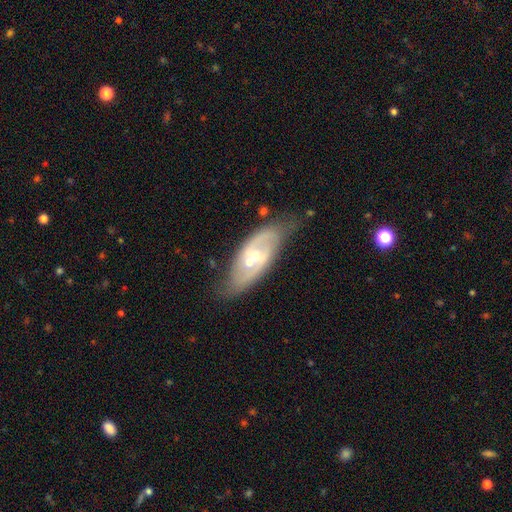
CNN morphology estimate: smooth_or_featured: featured or disk (p=0.75) [alt: smooth p=0.18]
disk_edge_on: no (p=0.90) [alt: yes p=0.10]
bar: no (p=0.52) [alt: weak p=0.35]
has_spiral_arms: yes (p=0.79) [alt: no p=0.21]
spiral_winding: medium (p=0.44) [alt: loose p=0.29]
spiral_arm_count: 2 (p=0.78) [alt: can't tell p=0.15]
bulge_size: small (p=0.52) [alt: moderate p=0.44]
merging: none (p=0.61) [alt: minor disturbance p=0.21]